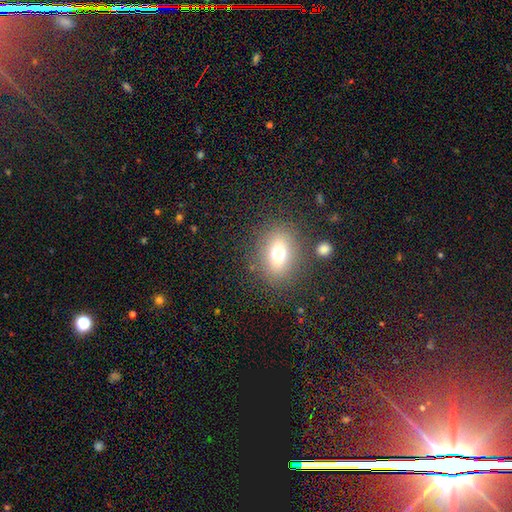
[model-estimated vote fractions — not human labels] A smooth galaxy with no disk features (58%) that is in between round and cigar-shaped (69%). Merging: none (85%).